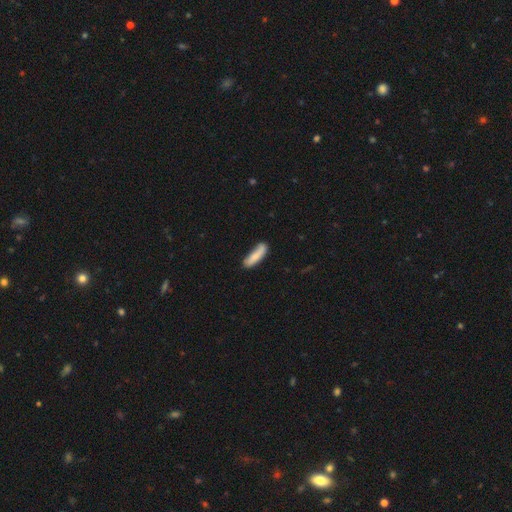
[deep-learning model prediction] Smooth or featured: smooth — 80% (featured or disk — 14%)
How rounded: cigar-shaped — 67% (in between — 32%)
Merging: none — 69% (minor disturbance — 23%)